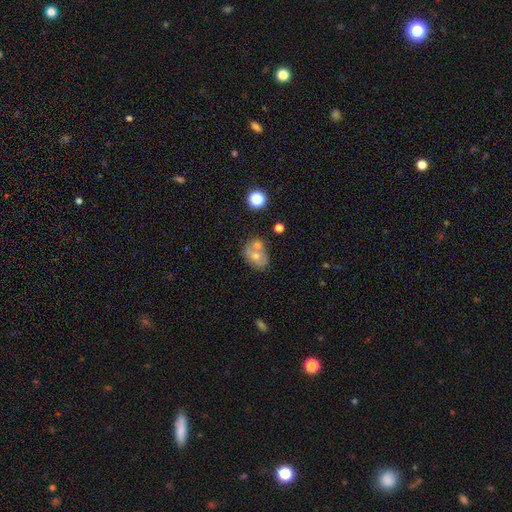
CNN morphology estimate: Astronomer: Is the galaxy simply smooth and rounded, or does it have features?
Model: smooth — 51% (runner-up: featured or disk, 34%).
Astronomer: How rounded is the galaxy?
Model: in between — 63%.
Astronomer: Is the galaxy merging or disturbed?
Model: none — 41%, tied with merger at 41%.